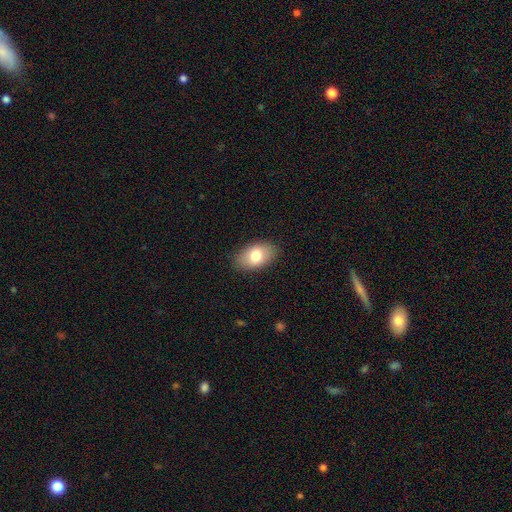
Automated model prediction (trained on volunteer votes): Smooth or featured: smooth — 78% (featured or disk — 15%)
How rounded: in between — 92% (round — 7%)
Merging: none — 87% (minor disturbance — 10%)